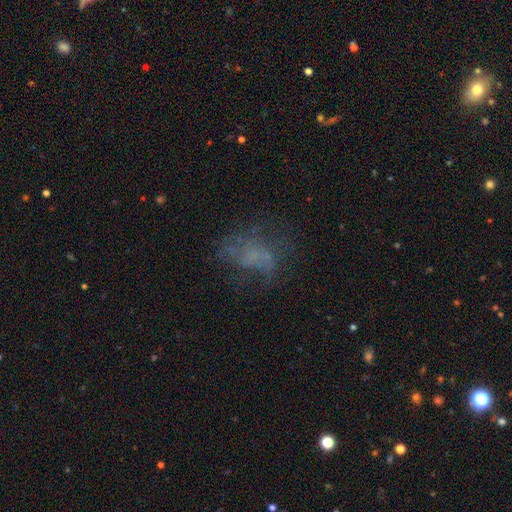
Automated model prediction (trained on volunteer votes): This is marginally a featured or disk galaxy (43%). Merging: possibly none (48%).